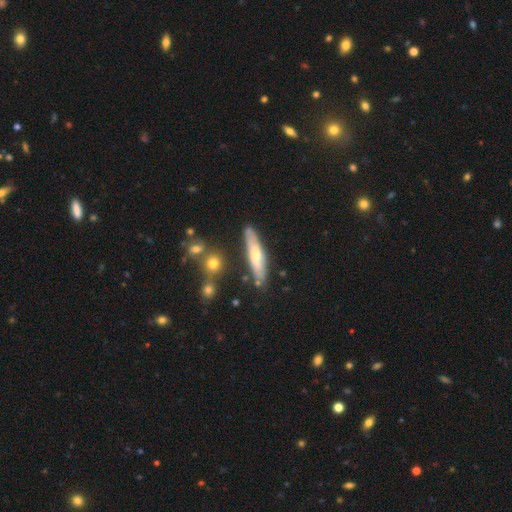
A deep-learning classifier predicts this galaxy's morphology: Smooth or featured: smooth — 54% (featured or disk — 40%)
How rounded: cigar-shaped — 80% (in between — 19%)
Merging: none — 78% (minor disturbance — 15%)